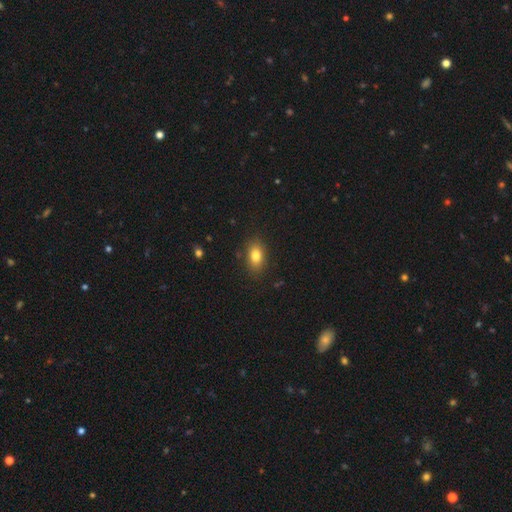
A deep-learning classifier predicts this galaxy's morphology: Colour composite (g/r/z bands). It shows a smooth galaxy with no disk features (82%) that is in between round and cigar-shaped (85%). Merging: none (85%).